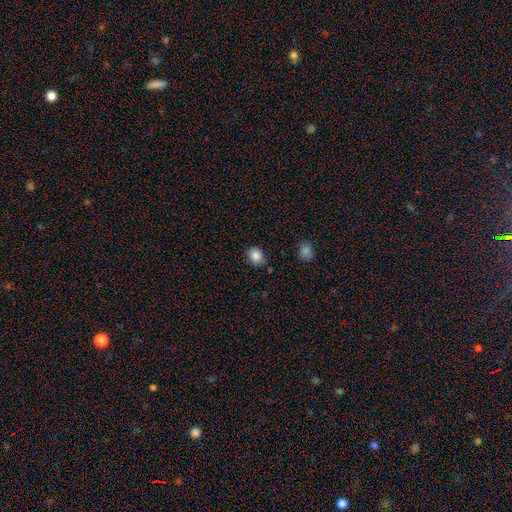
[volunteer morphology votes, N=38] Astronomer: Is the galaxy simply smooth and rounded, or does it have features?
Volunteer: smooth — 84%.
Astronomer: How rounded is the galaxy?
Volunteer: round — 62%.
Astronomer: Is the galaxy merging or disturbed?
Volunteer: none — 85%.